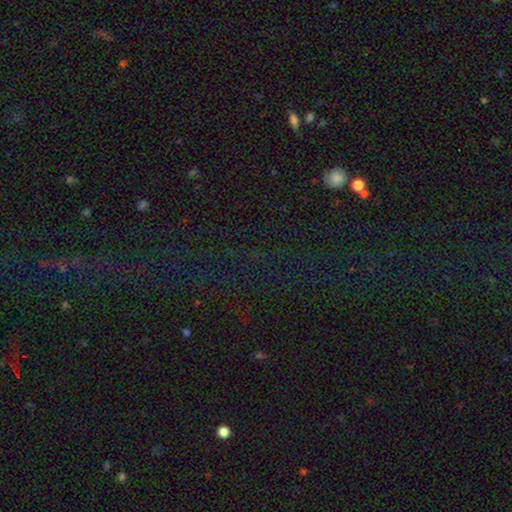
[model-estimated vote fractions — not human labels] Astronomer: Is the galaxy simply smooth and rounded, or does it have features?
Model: star or artifact — 74%.